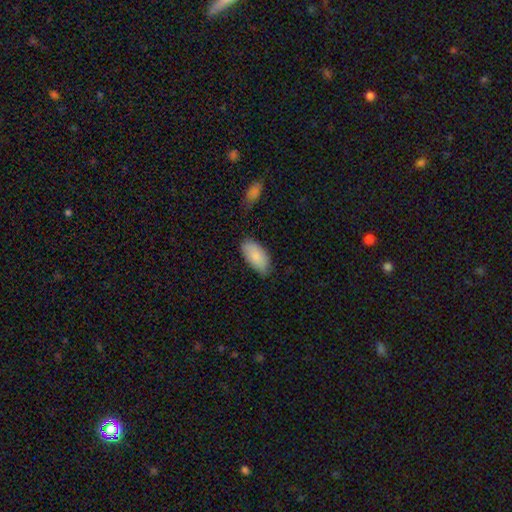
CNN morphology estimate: smooth-or-featured: smooth: 85% | featured or disk: 9% | star or artifact: 6%
  how-rounded: in between: 93% | cigar-shaped: 4% | round: 2%
  merging: none: 72% | minor disturbance: 22% | major disturbance: 4% | merger: 2%